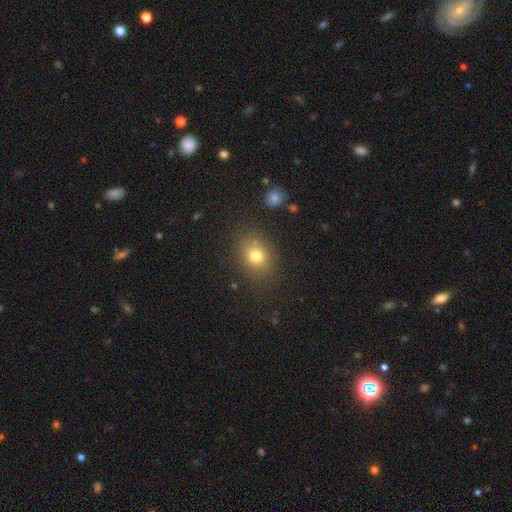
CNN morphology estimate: smooth 76%, star or artifact 14%, featured or disk 9%. Down the decision tree: how rounded — round (58%); merging — none (78%).